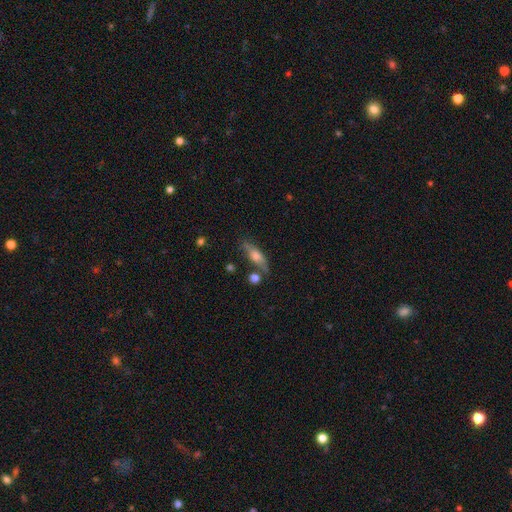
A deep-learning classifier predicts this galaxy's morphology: smooth 47%, featured or disk 44%, star or artifact 9%. Down the decision tree: merging — none (70%).